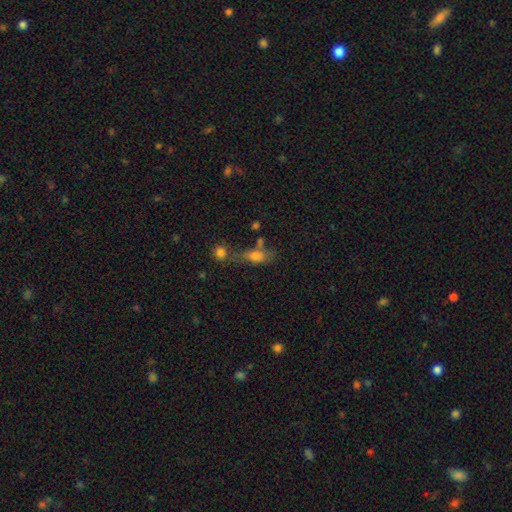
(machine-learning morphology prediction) smooth_or_featured: smooth (p=0.67) [alt: featured or disk p=0.21]
how_rounded: in between (p=0.67) [alt: cigar-shaped p=0.23]
merging: none (p=0.45) [alt: merger p=0.25]